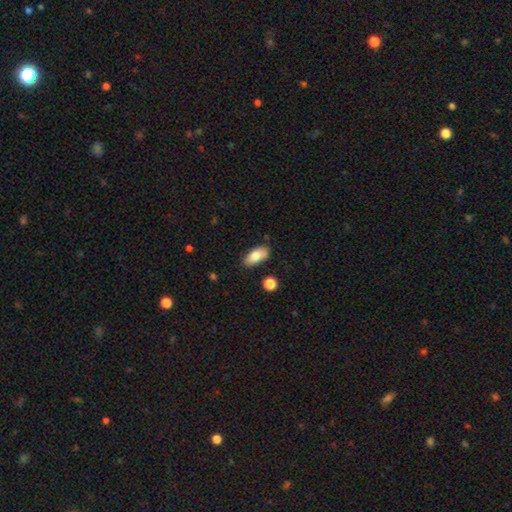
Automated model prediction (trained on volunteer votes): smooth_or_featured: smooth (p=0.80) [alt: featured or disk p=0.13]
how_rounded: in between (p=0.89) [alt: cigar-shaped p=0.08]
merging: none (p=0.82) [alt: minor disturbance p=0.13]